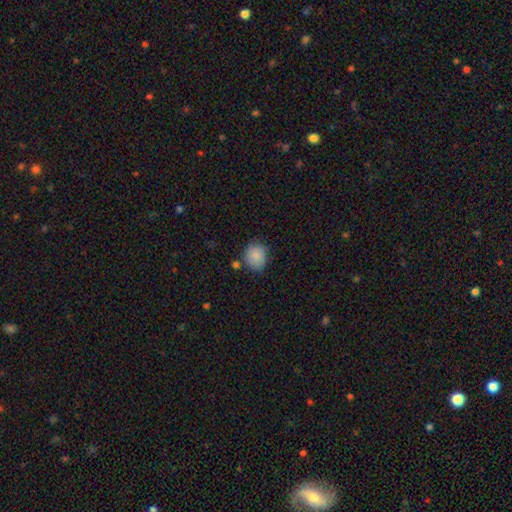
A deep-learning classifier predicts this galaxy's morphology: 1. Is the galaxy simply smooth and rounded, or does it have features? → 87% smooth, 8% star or artifact, 6% featured or disk.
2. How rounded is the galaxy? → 74% round, 25% in between, 1% cigar-shaped.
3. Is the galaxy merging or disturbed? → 72% none, 18% minor disturbance, 6% merger, 4% major disturbance.